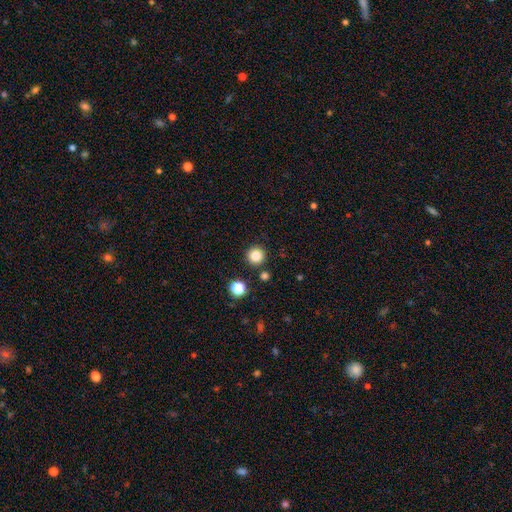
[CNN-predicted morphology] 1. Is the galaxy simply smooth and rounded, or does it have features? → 85% smooth, 11% star or artifact, 4% featured or disk.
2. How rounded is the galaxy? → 96% round, 3% in between, 1% cigar-shaped.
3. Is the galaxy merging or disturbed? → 89% none, 5% minor disturbance, 3% merger, 2% major disturbance.